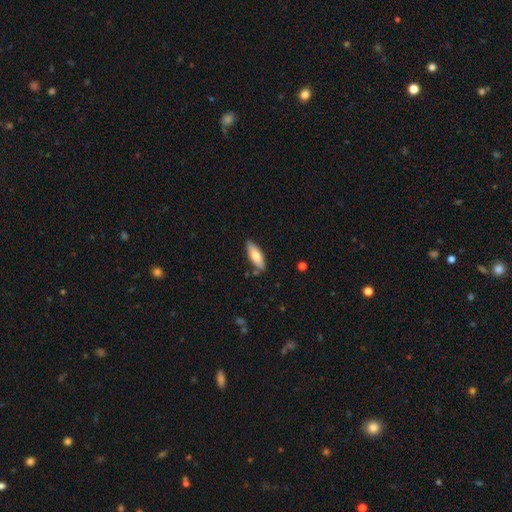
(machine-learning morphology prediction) The model was most divided on "how rounded": in between: 67%, cigar-shaped: 31%, round: 2%. More confident: merging — none (82%); smooth or featured — smooth (76%).